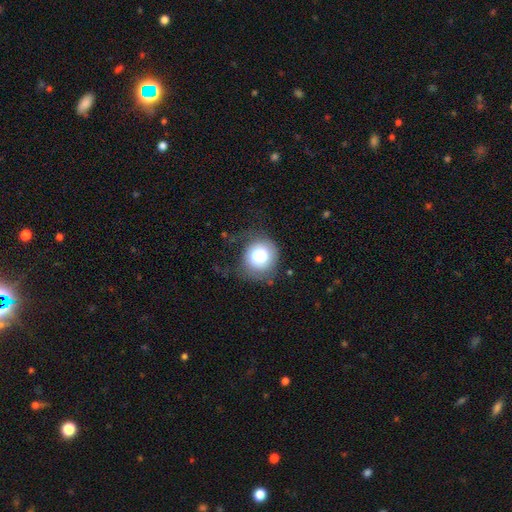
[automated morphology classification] smooth-or-featured: smooth: 77% | featured or disk: 14% | star or artifact: 9%
  how-rounded: round: 86% | in between: 13% | cigar-shaped: 1%
  merging: none: 59% | minor disturbance: 25% | major disturbance: 15% | merger: 2%